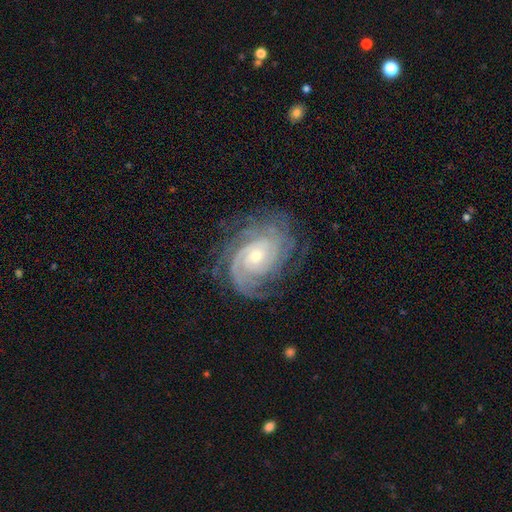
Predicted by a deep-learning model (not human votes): Q: Smooth or featured?
A: featured or disk (90%); runner-up: star or artifact (6%)
Q: Edge-on disk?
A: no (97%); runner-up: yes (3%)
Q: Bar?
A: no (68%); runner-up: weak (24%)
Q: Spiral arms?
A: yes (98%); runner-up: no (2%)
Q: Spiral winding?
A: tight (74%); runner-up: medium (22%)
Q: Spiral arm count?
A: can't tell (25%); runner-up: 3 (21%)
Q: Bulge size?
A: small (59%); runner-up: moderate (38%)
Q: Merging?
A: none (75%); runner-up: minor disturbance (16%)